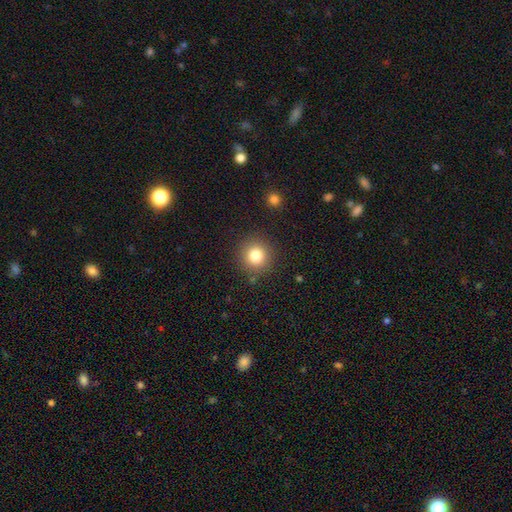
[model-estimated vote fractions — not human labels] The model was most divided on "smooth or featured": smooth: 80%, star or artifact: 12%, featured or disk: 7%. More confident: how rounded — round (94%); merging — none (88%).